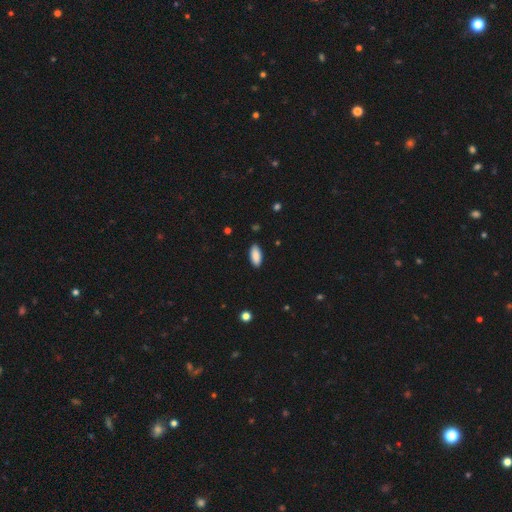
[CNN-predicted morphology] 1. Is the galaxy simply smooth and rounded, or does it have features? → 89% smooth, 6% star or artifact, 4% featured or disk.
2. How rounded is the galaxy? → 87% in between, 11% cigar-shaped, 2% round.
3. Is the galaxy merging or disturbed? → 89% none, 8% minor disturbance, 2% major disturbance, 1% merger.